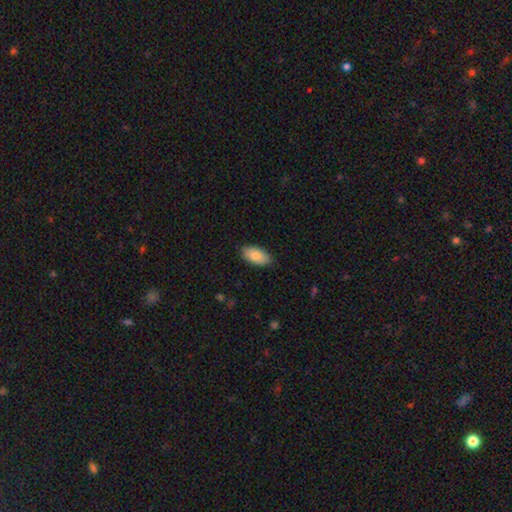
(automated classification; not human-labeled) smooth-or-featured: smooth: 86% | featured or disk: 8% | star or artifact: 6%
  how-rounded: in between: 94% | cigar-shaped: 4% | round: 2%
  merging: none: 87% | minor disturbance: 10% | major disturbance: 2% | merger: 1%